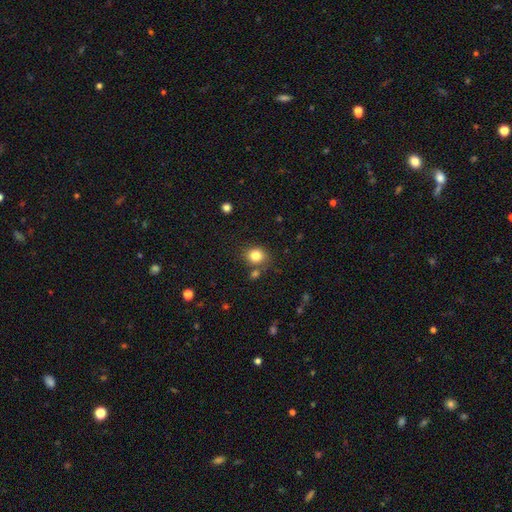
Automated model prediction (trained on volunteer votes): Smooth or featured?
  - smooth: 82% *
  - star or artifact: 11%
  - featured or disk: 7%
How rounded?
  - round: 72% *
  - in between: 27%
  - cigar-shaped: 1%
Merging?
  - none: 75% *
  - minor disturbance: 12%
  - merger: 10%
  - major disturbance: 4%